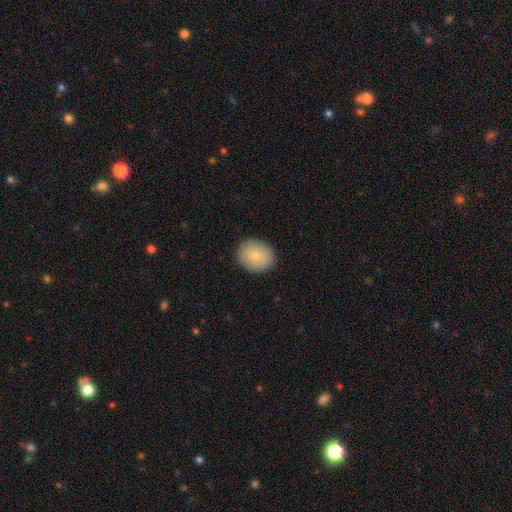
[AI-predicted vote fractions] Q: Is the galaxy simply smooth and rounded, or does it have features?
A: smooth — 77%.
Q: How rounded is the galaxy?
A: round — 54%.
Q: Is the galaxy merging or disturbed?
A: none — 88%.